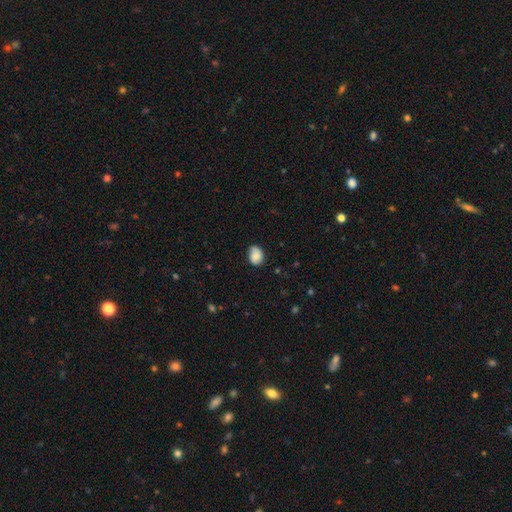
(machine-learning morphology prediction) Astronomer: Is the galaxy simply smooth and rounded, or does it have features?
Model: smooth — 74%.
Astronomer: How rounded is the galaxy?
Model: in between — 62%.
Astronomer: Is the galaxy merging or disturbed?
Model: none — 60%.